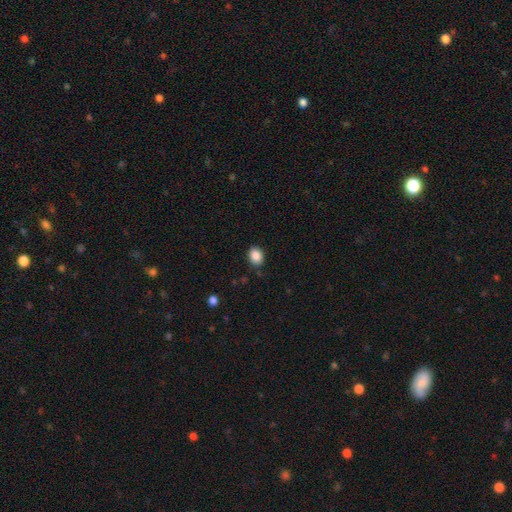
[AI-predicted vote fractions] smooth-or-featured: smooth: 88% | star or artifact: 9% | featured or disk: 3%
  how-rounded: in between: 56% | round: 43% | cigar-shaped: 1%
  merging: none: 87% | minor disturbance: 10% | major disturbance: 2% | merger: 1%